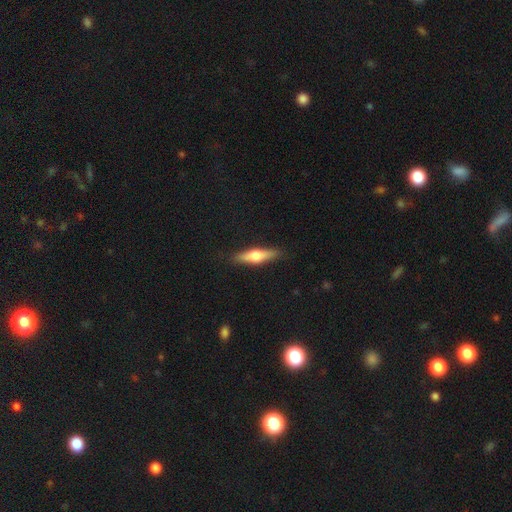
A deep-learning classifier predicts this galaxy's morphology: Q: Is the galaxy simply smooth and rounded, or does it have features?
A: featured or disk — 49%.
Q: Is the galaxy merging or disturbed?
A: none — 88%.